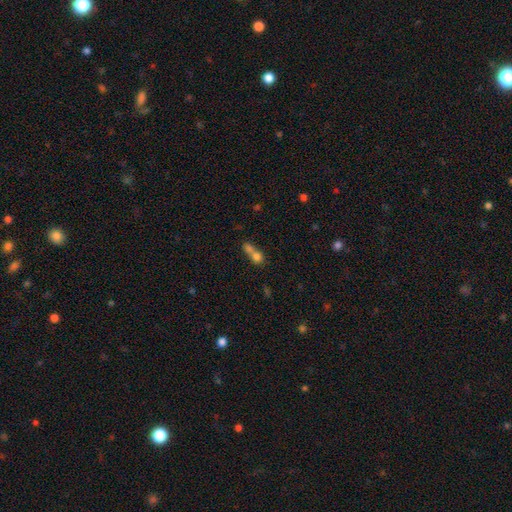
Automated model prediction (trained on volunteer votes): Smooth or featured: smooth — 72% (featured or disk — 16%)
How rounded: round — 61% (in between — 35%)
Merging: merger — 70% (none — 21%)